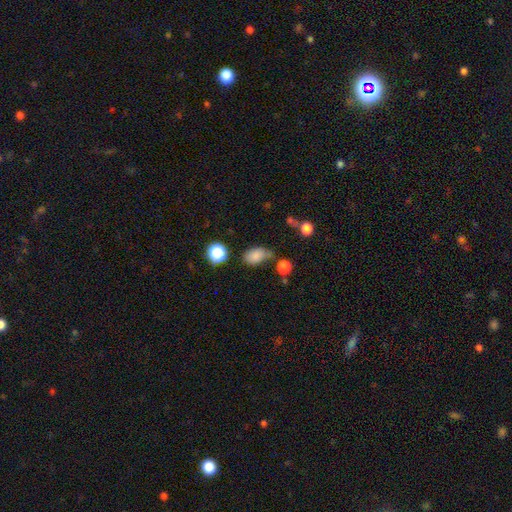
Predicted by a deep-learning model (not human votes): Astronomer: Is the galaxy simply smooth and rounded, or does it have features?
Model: smooth — 81%.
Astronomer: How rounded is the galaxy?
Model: in between — 83%.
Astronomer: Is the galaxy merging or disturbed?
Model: none — 45% (runner-up: minor disturbance, 35%).